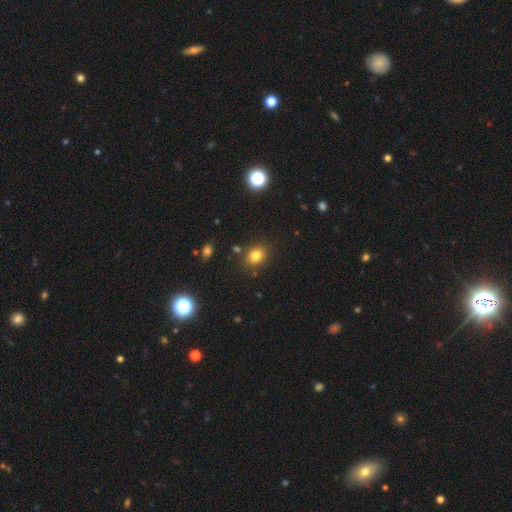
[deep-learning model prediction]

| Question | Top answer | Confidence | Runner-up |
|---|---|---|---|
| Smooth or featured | smooth | 80% | star or artifact (14%) |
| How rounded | round | 53% | in between (46%) |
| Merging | none | 83% | minor disturbance (10%) |